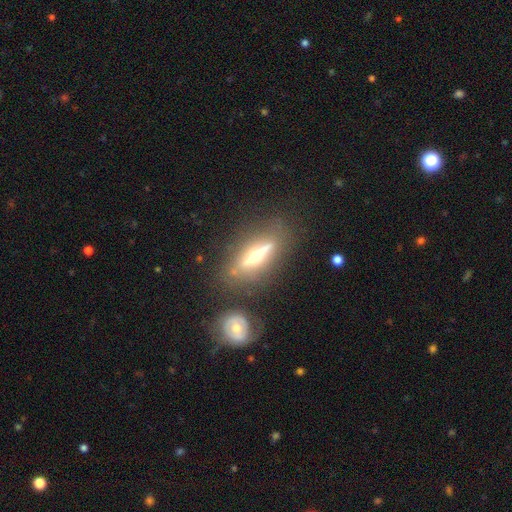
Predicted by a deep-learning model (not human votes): Smooth or featured? featured or disk (74%)
Edge-on disk? yes (86%)
Edge-on bulge? rounded (92%)
Merging? none (73%)